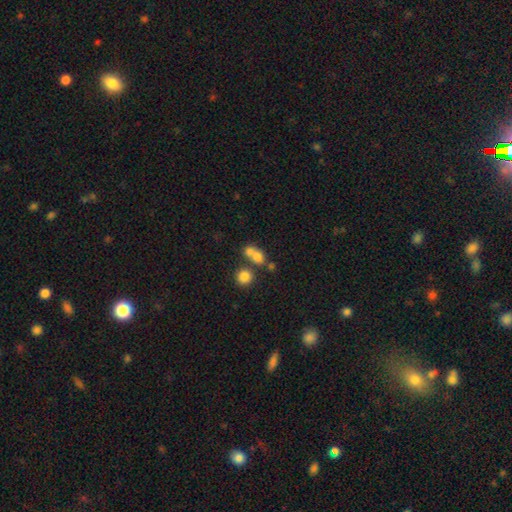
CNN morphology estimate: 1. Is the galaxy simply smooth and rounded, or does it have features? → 73% smooth, 14% featured or disk, 13% star or artifact.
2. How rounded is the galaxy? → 63% round, 35% in between, 2% cigar-shaped.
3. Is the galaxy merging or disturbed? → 53% merger, 35% none, 8% minor disturbance, 4% major disturbance.